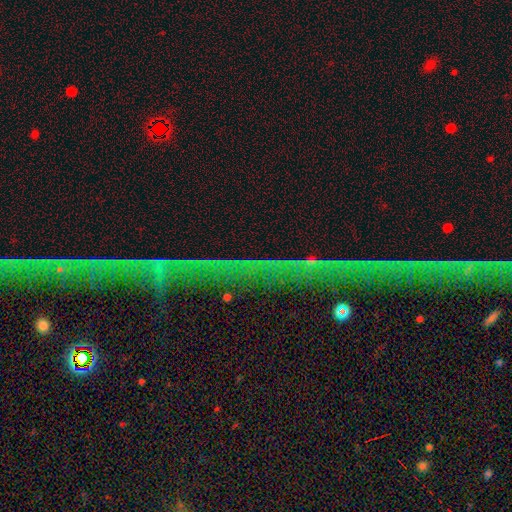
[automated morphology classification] Smooth or featured? Predicted: star or artifact (p=0.75).